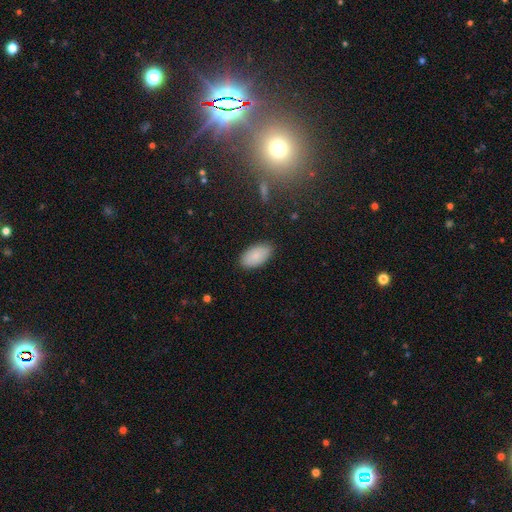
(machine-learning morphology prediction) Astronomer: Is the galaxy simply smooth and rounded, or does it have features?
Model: smooth — 84%.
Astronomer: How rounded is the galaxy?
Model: in between — 95%.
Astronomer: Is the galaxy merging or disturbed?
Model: none — 86%.